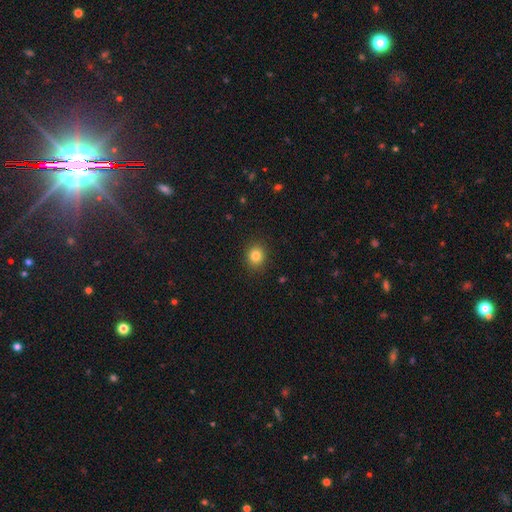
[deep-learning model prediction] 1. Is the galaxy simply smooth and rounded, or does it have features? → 83% smooth, 11% star or artifact, 5% featured or disk.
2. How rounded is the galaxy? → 75% round, 24% in between, 1% cigar-shaped.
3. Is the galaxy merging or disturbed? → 90% none, 7% minor disturbance, 2% major disturbance, 1% merger.